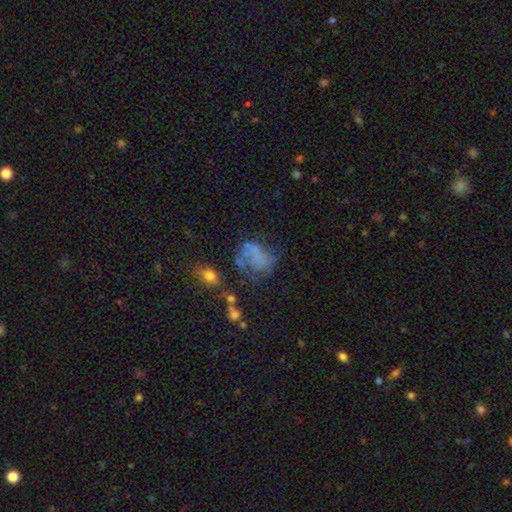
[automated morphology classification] This is possibly a smooth galaxy (47%). Merging: marginally none (36%).